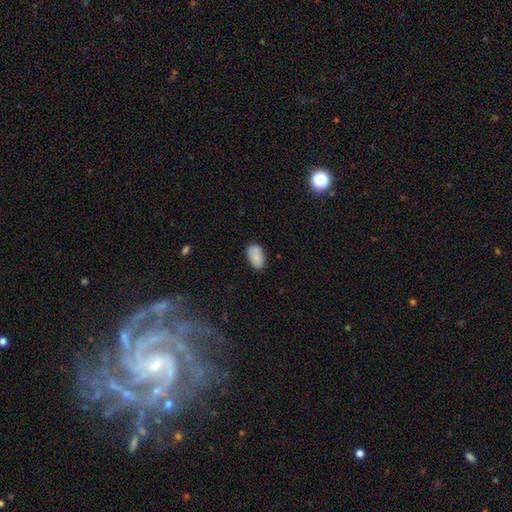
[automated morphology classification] smooth-or-featured: smooth: 81% | featured or disk: 11% | star or artifact: 8%
  how-rounded: in between: 93% | round: 6% | cigar-shaped: 2%
  merging: none: 70% | minor disturbance: 19% | merger: 7% | major disturbance: 4%